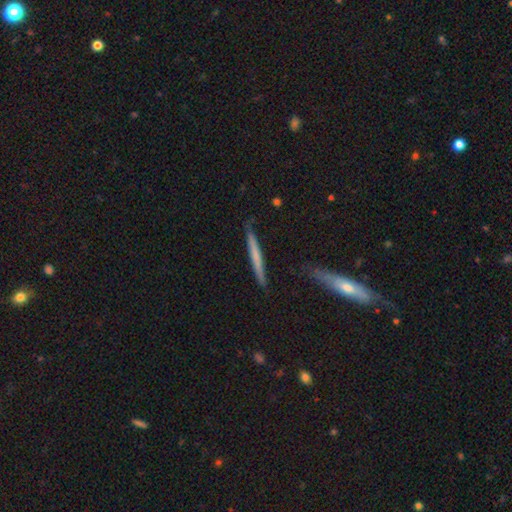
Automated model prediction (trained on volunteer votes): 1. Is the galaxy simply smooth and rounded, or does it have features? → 53% smooth, 42% featured or disk, 5% star or artifact.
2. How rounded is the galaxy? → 96% cigar-shaped, 2% in between, 1% round.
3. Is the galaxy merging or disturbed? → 84% none, 12% minor disturbance, 2% major disturbance, 2% merger.